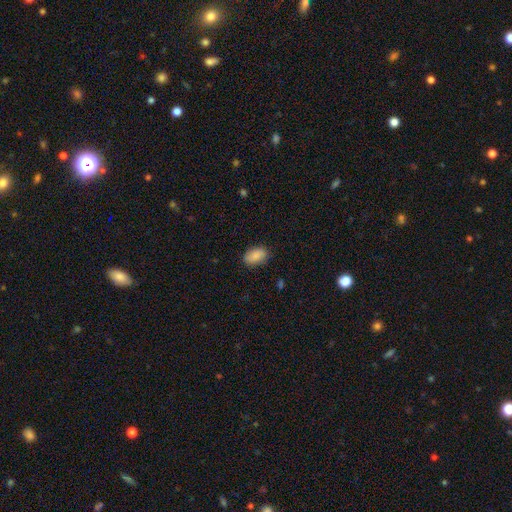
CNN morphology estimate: This appears to be a smooth galaxy with no disk features (87%) that is in between round and cigar-shaped (90%). Merging: none (83%).